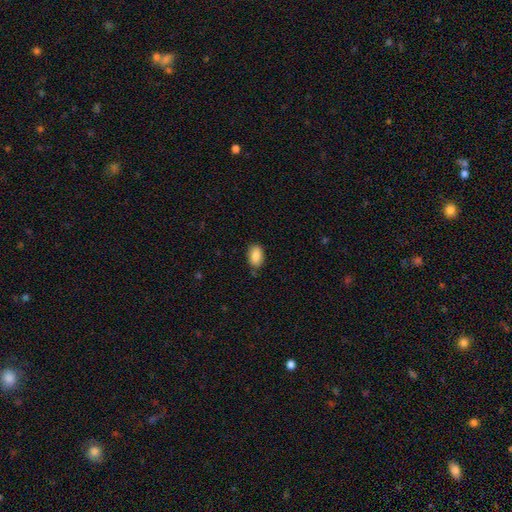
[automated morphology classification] smooth_or_featured: smooth (p=0.88) [alt: star or artifact p=0.07]
how_rounded: in between (p=0.91) [alt: round p=0.07]
merging: none (p=0.81) [alt: minor disturbance p=0.14]